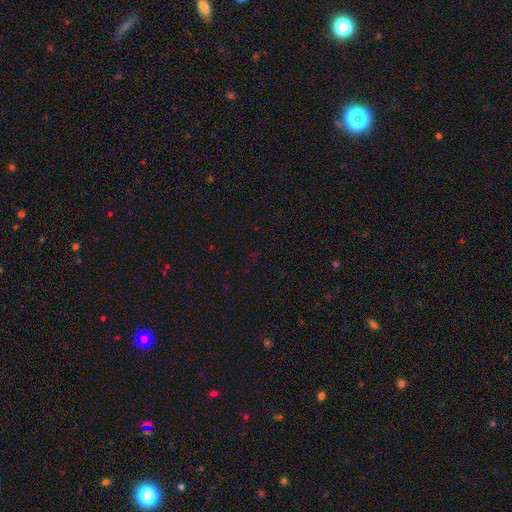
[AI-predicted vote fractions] The model was most divided on "smooth or featured": star or artifact: 69%, smooth: 23%, featured or disk: 7%.